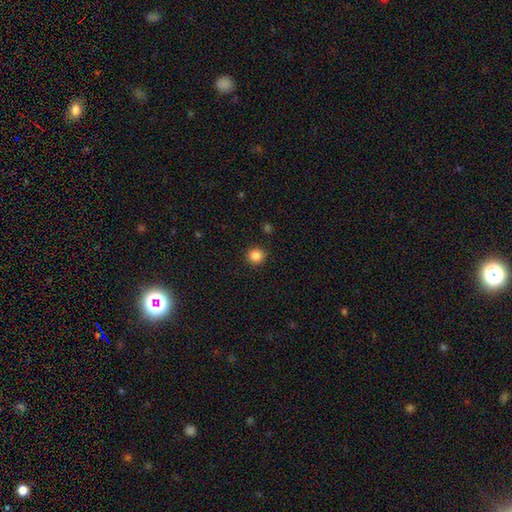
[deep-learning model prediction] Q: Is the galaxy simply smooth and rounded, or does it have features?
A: smooth — 86%.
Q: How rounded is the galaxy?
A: round — 92%.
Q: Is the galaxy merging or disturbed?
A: none — 91%.